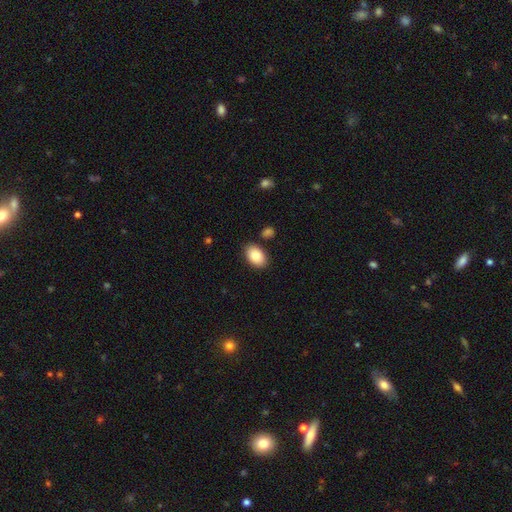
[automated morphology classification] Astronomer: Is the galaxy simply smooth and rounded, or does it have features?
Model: smooth — 86%.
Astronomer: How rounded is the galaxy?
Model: in between — 90%.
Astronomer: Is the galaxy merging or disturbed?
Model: none — 84%.